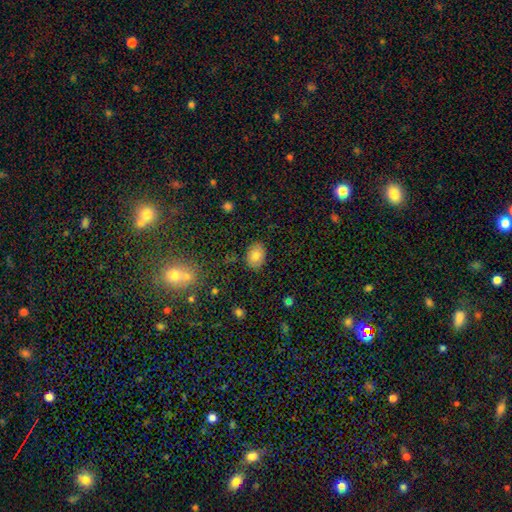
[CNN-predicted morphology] Smooth or featured?
  - smooth: 80% *
  - featured or disk: 10%
  - star or artifact: 10%
How rounded?
  - in between: 73% *
  - round: 26%
  - cigar-shaped: 1%
Merging?
  - none: 86% *
  - minor disturbance: 10%
  - major disturbance: 2%
  - merger: 1%